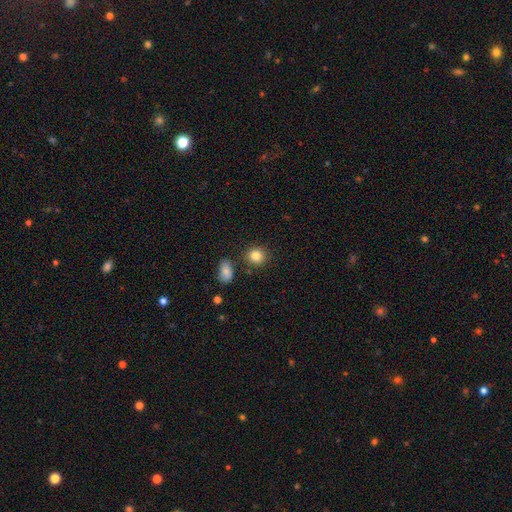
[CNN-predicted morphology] A smooth galaxy with no disk features (83%) that is round (83%). Merging: none (83%).